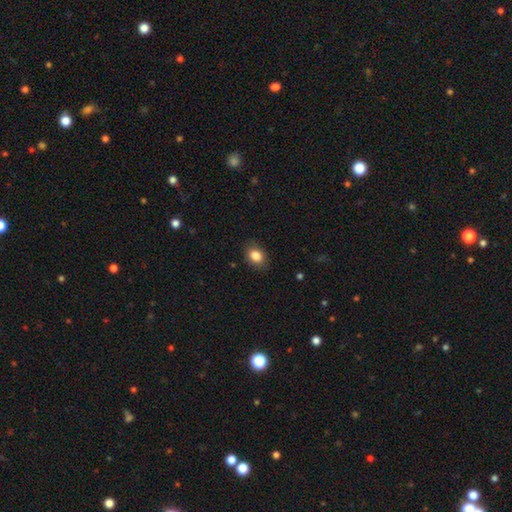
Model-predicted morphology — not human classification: Q: Smooth or featured?
A: smooth (86%); runner-up: star or artifact (9%)
Q: How rounded?
A: in between (62%); runner-up: round (37%)
Q: Merging?
A: none (85%); runner-up: minor disturbance (11%)